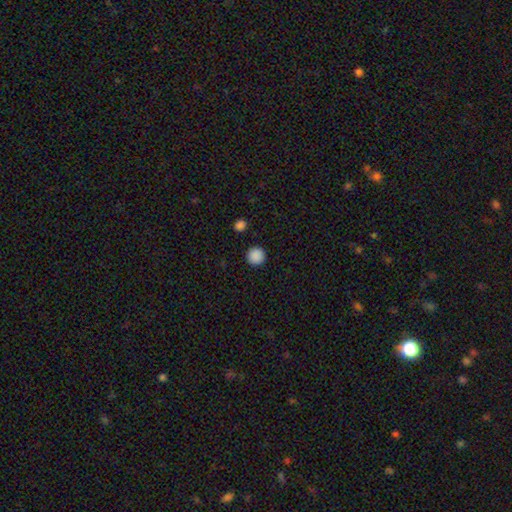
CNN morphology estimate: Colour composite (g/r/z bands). It shows a smooth galaxy with no disk features (89%) that is round (96%). Merging: none (92%).